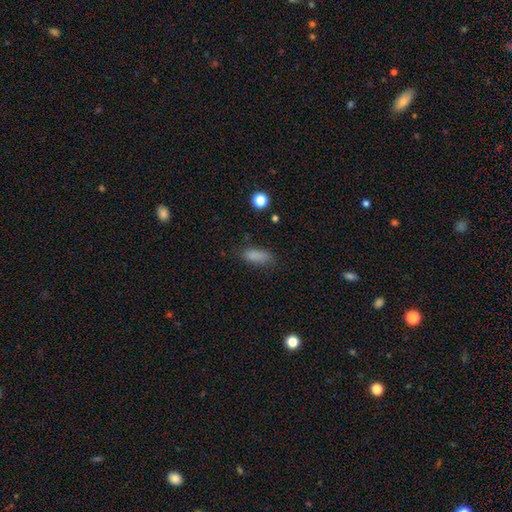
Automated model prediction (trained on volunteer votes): Smooth or featured? smooth (82%)
How rounded? in between (74%)
Merging? none (69%)